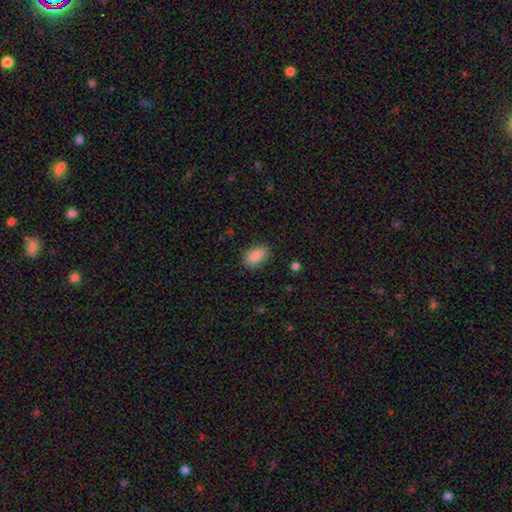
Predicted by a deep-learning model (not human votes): Q: Smooth or featured?
A: smooth (88%); runner-up: star or artifact (7%)
Q: How rounded?
A: in between (91%); runner-up: round (6%)
Q: Merging?
A: none (82%); runner-up: minor disturbance (14%)